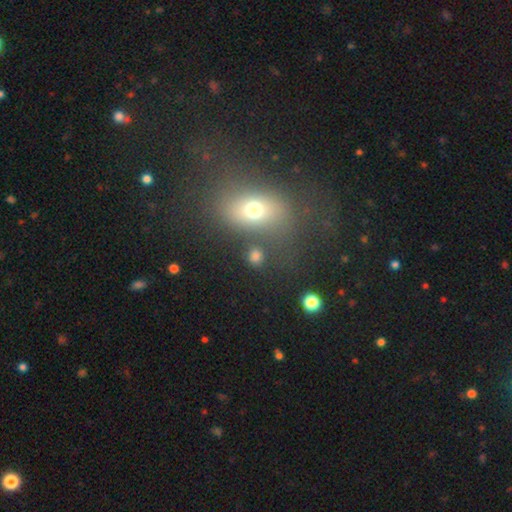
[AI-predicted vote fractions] smooth-or-featured: smooth: 72% | star or artifact: 18% | featured or disk: 11%
  how-rounded: round: 64% | in between: 33% | cigar-shaped: 3%
  merging: none: 73% | minor disturbance: 10% | merger: 10% | major disturbance: 6%